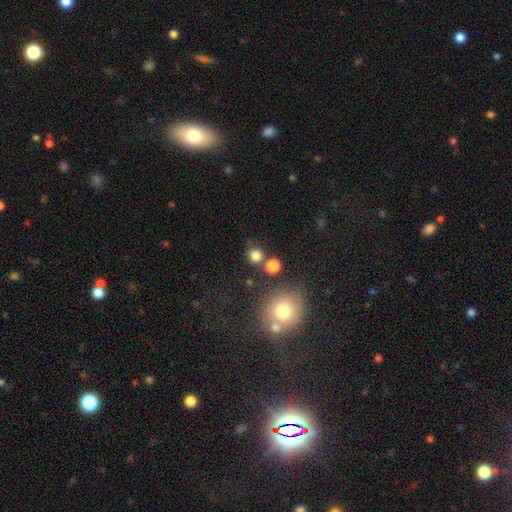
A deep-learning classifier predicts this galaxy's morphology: This appears to be a smooth galaxy with no disk features (80%) that is round (89%). Merging: none (72%).